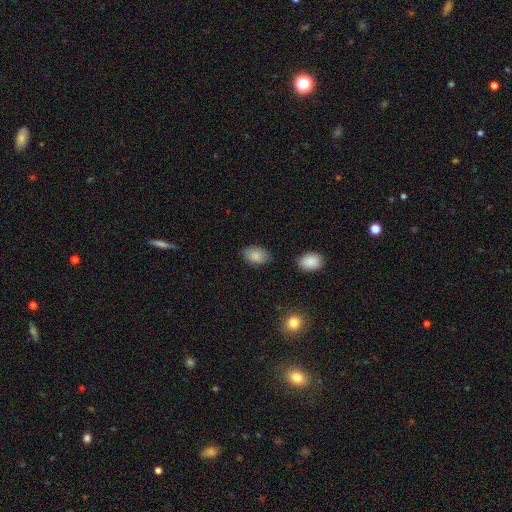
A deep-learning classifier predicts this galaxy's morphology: A smooth galaxy with no disk features (86%) that is in between round and cigar-shaped (87%). Merging: none (77%).